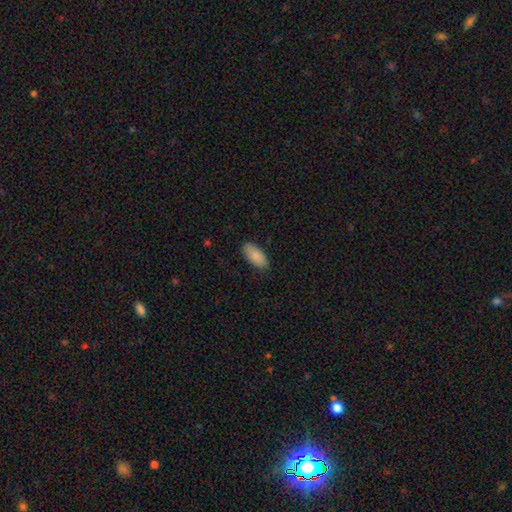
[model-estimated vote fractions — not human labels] A smooth galaxy with no disk features (87%) that is in between round and cigar-shaped (92%).

Vote fractions:
- Smooth or featured? smooth: 87% / featured or disk: 7% / star or artifact: 6%
- How rounded? in between: 92% / cigar-shaped: 7% / round: 2%
- Merging? none: 85% / minor disturbance: 12% / major disturbance: 2% / merger: 1%